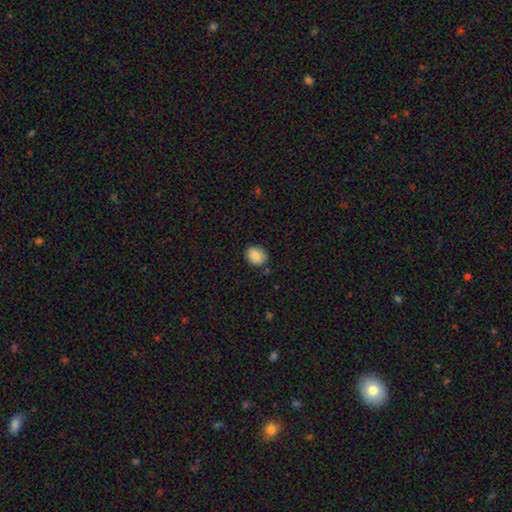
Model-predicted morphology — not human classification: This is clearly a smooth galaxy (85%). How rounded: possibly round (59%). Merging: clearly none (82%).